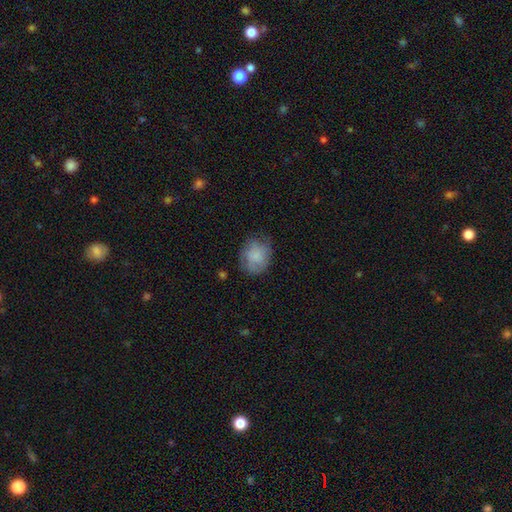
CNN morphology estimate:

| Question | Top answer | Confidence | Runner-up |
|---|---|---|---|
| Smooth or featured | smooth | 68% | featured or disk (24%) |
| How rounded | round | 60% | in between (39%) |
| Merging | none | 67% | minor disturbance (23%) |